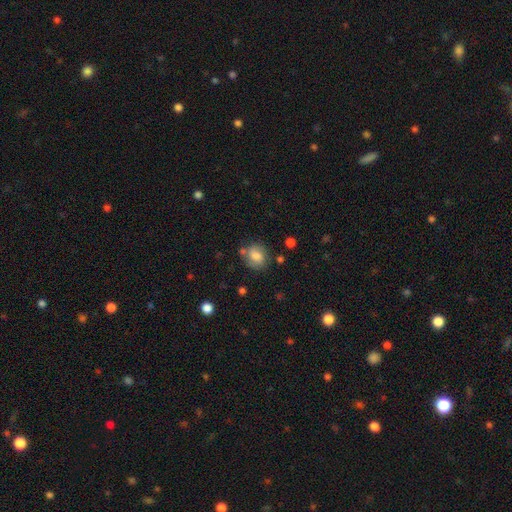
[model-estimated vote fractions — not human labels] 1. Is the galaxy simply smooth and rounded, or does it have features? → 72% smooth, 19% featured or disk, 9% star or artifact.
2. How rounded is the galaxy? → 61% round, 37% in between, 1% cigar-shaped.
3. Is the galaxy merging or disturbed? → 66% none, 19% minor disturbance, 8% merger, 6% major disturbance.